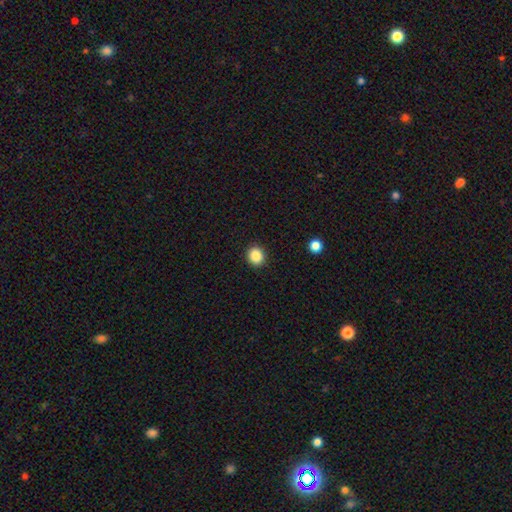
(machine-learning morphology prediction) The model was most divided on "how rounded": round: 79%, in between: 20%, cigar-shaped: 1%. More confident: merging — none (92%); smooth or featured — smooth (87%).